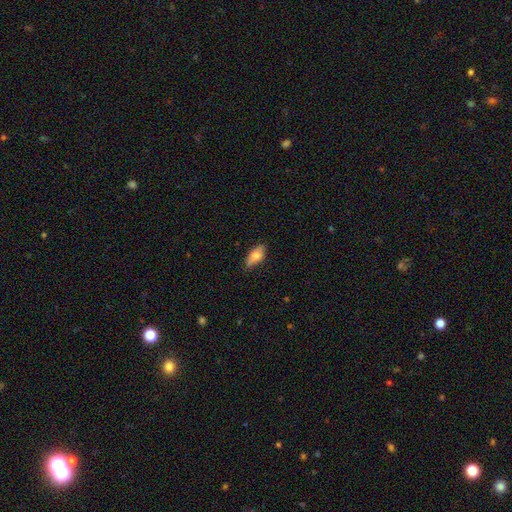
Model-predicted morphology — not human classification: Overall: smooth (73%). How rounded: in between (86%). Merging: none (70%).